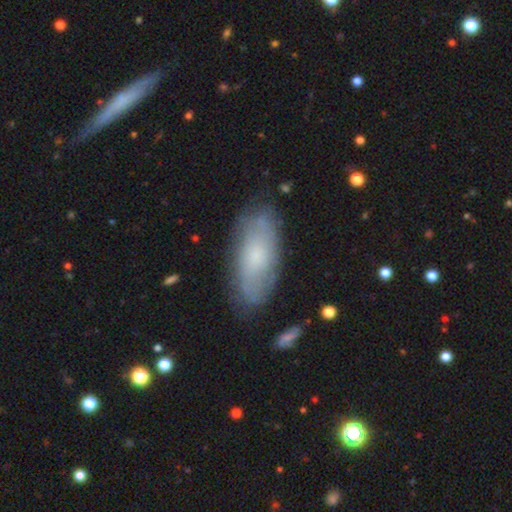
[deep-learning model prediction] Smooth or featured: smooth — 51% (featured or disk — 41%)
How rounded: in between — 83% (cigar-shaped — 14%)
Merging: none — 76% (minor disturbance — 17%)